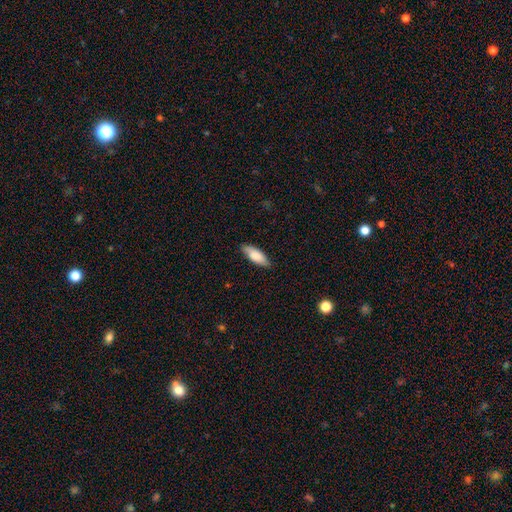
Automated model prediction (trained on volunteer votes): Morphology: type=smooth (81%); roundness=in between (69%); merging=none (83%).